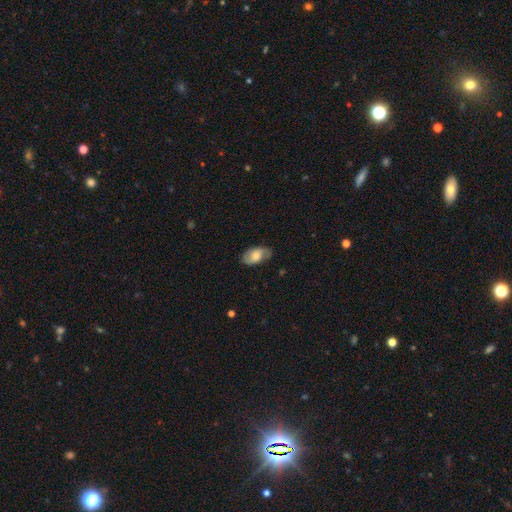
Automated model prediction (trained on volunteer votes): The model was most divided on "smooth or featured": smooth: 55%, featured or disk: 38%, star or artifact: 7%. More confident: how rounded — in between (93%); merging — none (75%).